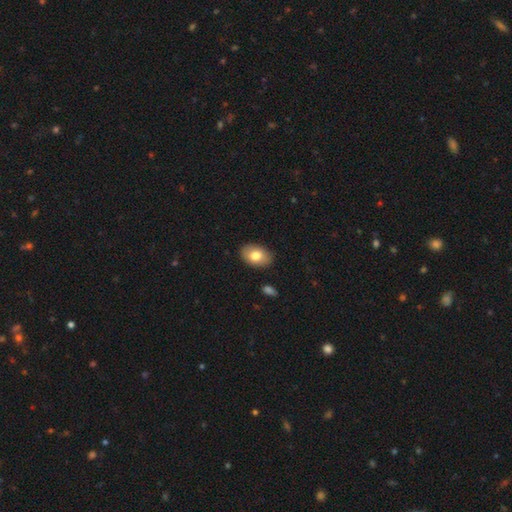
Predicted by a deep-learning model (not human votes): Overall: smooth (78%). How rounded: in between (87%). Merging: none (87%).